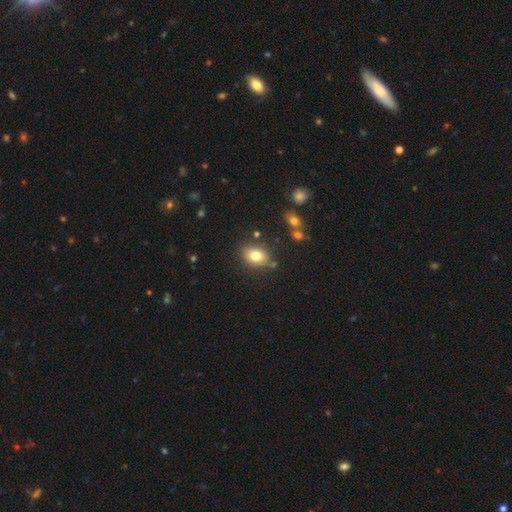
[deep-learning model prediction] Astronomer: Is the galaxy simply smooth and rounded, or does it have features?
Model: smooth — 79%.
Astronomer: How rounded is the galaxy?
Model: in between — 64%.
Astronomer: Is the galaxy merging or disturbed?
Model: none — 81%.